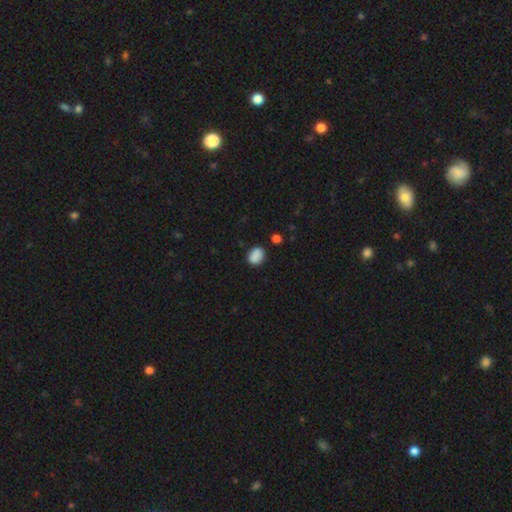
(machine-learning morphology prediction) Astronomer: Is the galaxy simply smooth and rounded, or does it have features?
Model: smooth — 87%.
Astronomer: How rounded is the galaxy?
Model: in between — 60% (runner-up: round, 39%).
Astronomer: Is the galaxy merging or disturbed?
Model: none — 78%.